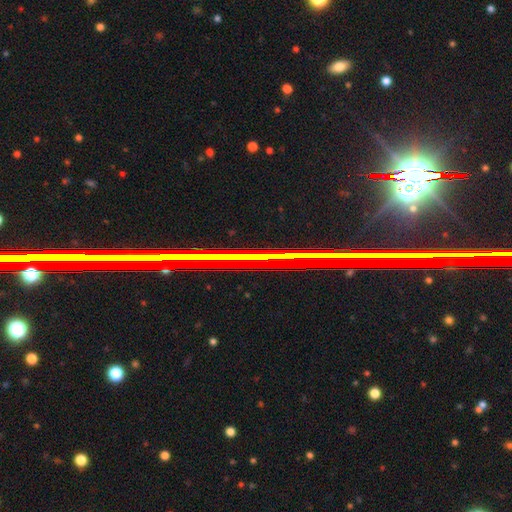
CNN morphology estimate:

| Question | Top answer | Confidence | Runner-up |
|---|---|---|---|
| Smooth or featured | star or artifact | 73% | featured or disk (19%) |